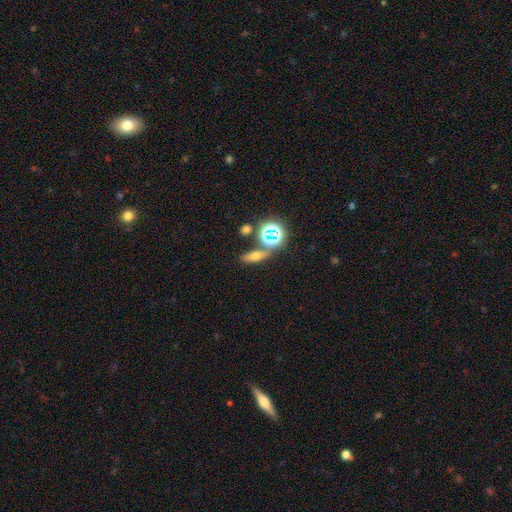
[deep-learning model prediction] Overall: smooth (49%; star or artifact 28%). Merging: none (70%).